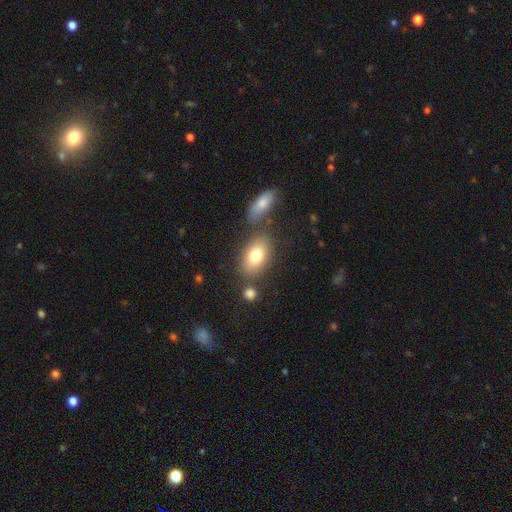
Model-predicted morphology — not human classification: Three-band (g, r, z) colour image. It shows a smooth galaxy with no disk features (78%) that is in between round and cigar-shaped (87%). Merging: none (68%).